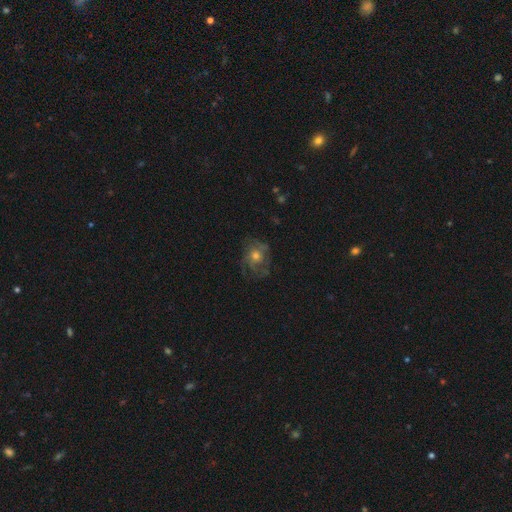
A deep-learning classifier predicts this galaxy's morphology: The model was most divided on "spiral winding": tight: 47%, medium: 39%, loose: 14%. Remaining: edge-on disk — no (97%); bar — no (83%); spiral arms — yes (80%); merging — none (68%); bulge size — moderate (65%); smooth or featured — featured or disk (65%); spiral arm count — can't tell (41%).